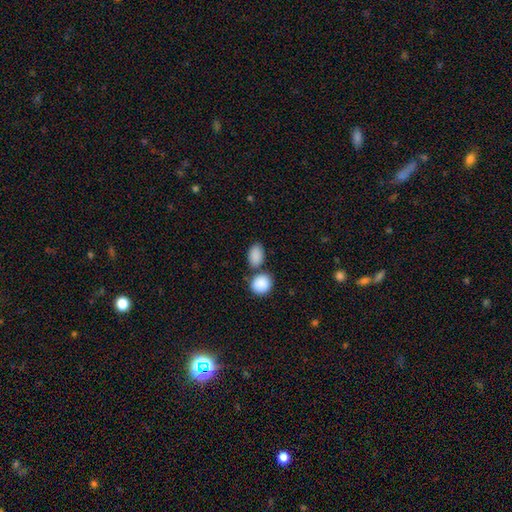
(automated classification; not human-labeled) Smooth or featured: smooth — 89% (star or artifact — 7%)
How rounded: in between — 84% (round — 14%)
Merging: none — 61% (merger — 24%)